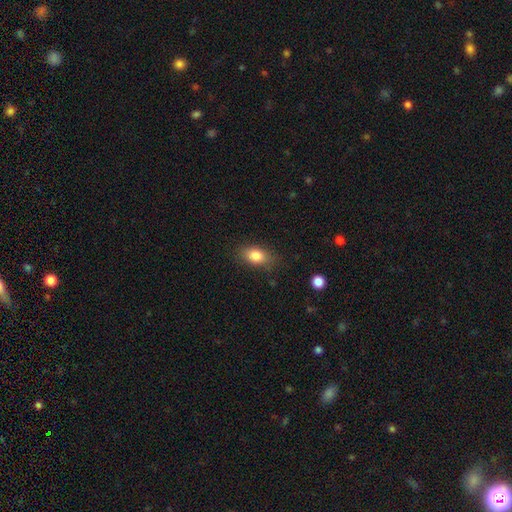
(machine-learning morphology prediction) Smooth or featured? smooth (84%)
How rounded? in between (83%)
Merging? none (79%)